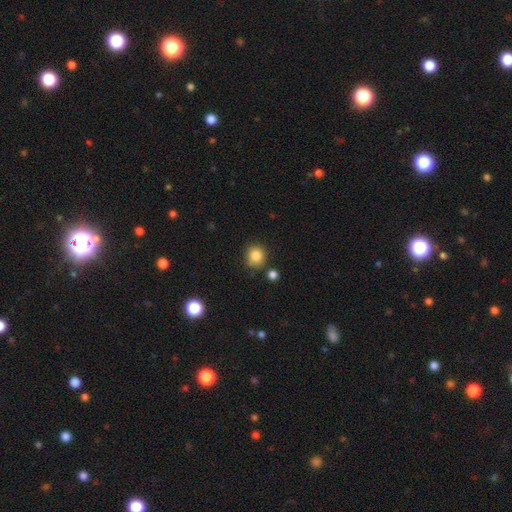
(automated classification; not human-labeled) The model was most divided on "merging": none: 79%, minor disturbance: 12%, merger: 6%, major disturbance: 3%. More confident: smooth or featured — smooth (84%); how rounded — round (84%).